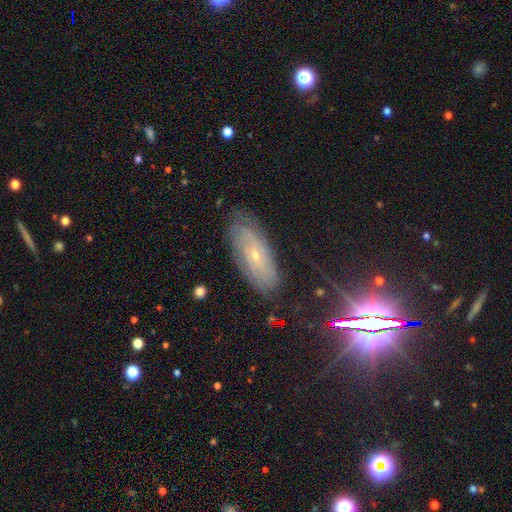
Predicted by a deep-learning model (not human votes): Overall: featured or disk (62%; smooth 23%). Edge-on disk: no (82%). Bar: no (78%). Spiral arms: yes (74%). Bulge size: small (81%). Merging: none (78%).